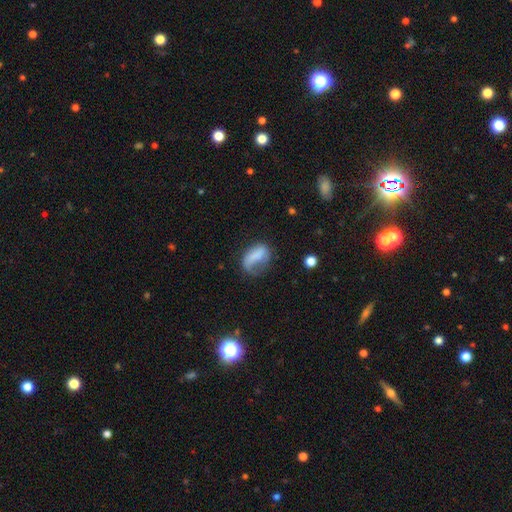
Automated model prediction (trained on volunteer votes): This appears to be a smooth galaxy with no disk features (64%) that is in between round and cigar-shaped (81%). Merging: major disturbance (38%).